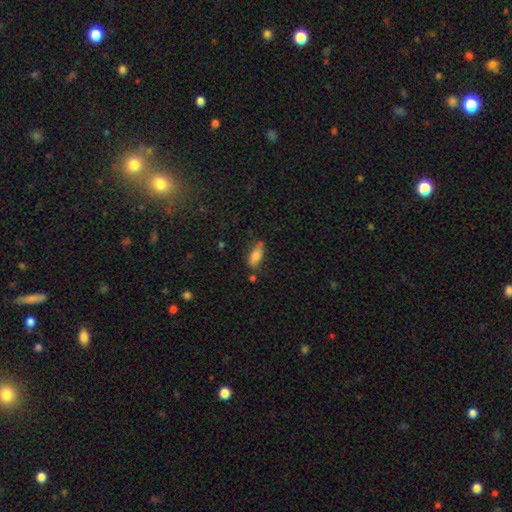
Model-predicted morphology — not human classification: Overall: smooth (78%). How rounded: in between (77%). Merging: none (63%).